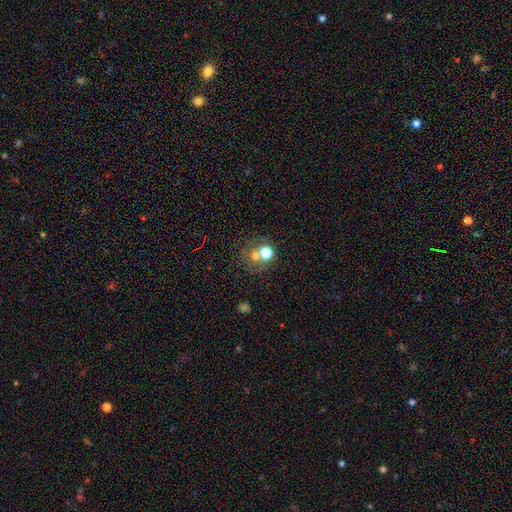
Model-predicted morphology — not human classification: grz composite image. It shows a smooth galaxy with no disk features (60%) that is round (81%). Merging: none (52%).